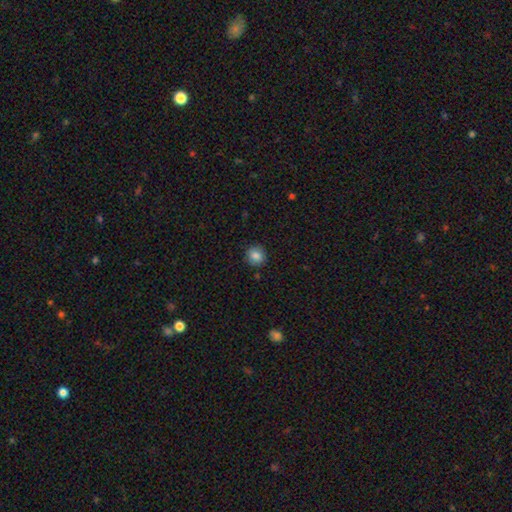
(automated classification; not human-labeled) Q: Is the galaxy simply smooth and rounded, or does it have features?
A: smooth — 84%.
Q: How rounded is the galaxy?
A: round — 89%.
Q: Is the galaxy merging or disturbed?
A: none — 89%.